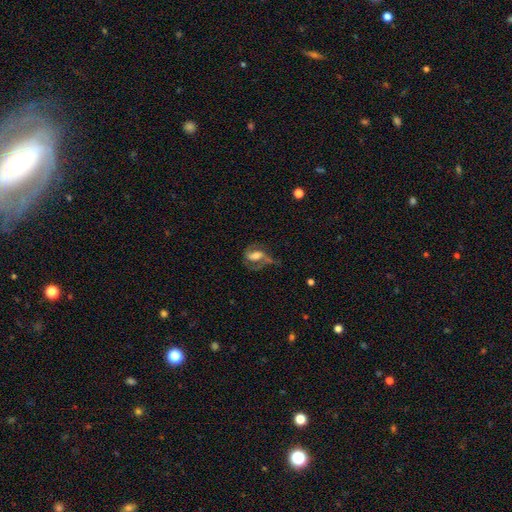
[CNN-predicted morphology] Smooth or featured? featured or disk (71%)
Edge-on disk? no (95%)
Bar? weak (43%)
Spiral arms? yes (88%)
Spiral winding? medium (47%)
Spiral arm count? 2 (75%)
Bulge size? moderate (46%)
Merging? none (44%)